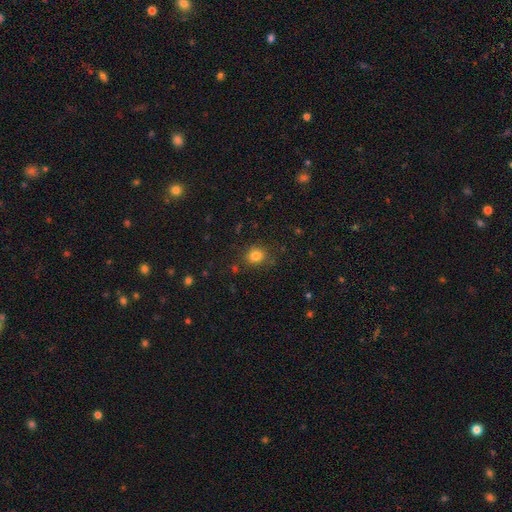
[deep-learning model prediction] smooth 81%, star or artifact 13%, featured or disk 6%. Down the decision tree: how rounded — round (77%); merging — none (83%).